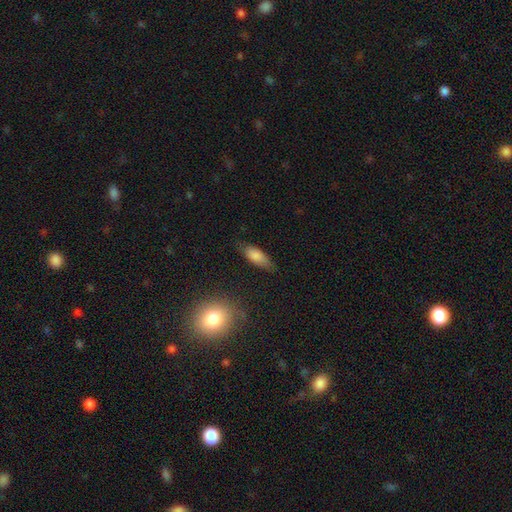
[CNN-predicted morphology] This appears to be a smooth galaxy with no disk features (80%) that is in between round and cigar-shaped (69%). Merging: none (73%).